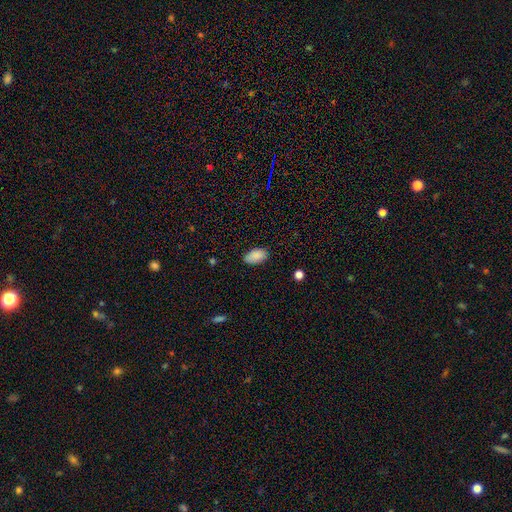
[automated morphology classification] Overall: smooth (88%). How rounded: in between (93%). Merging: none (81%).